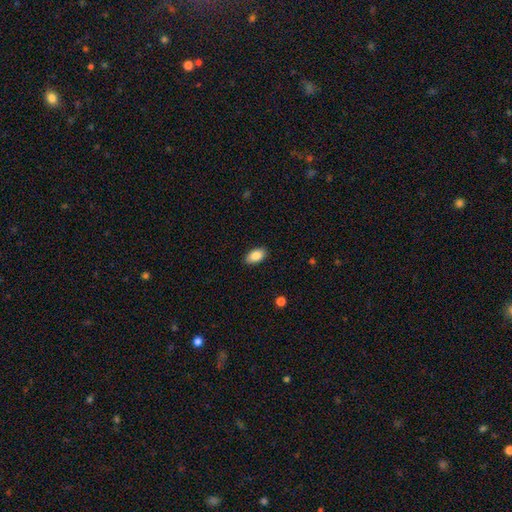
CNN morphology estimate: smooth-or-featured: smooth: 88% | star or artifact: 7% | featured or disk: 5%
  how-rounded: in between: 93% | round: 4% | cigar-shaped: 2%
  merging: none: 88% | minor disturbance: 9% | major disturbance: 2% | merger: 1%